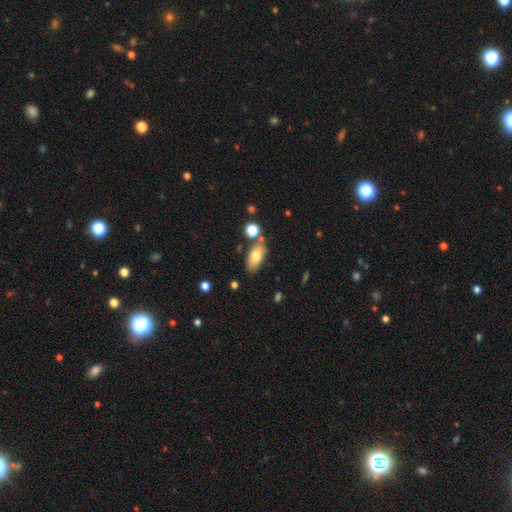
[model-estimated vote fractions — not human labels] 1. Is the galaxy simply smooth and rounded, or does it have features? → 75% smooth, 17% featured or disk, 8% star or artifact.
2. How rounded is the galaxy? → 87% in between, 9% cigar-shaped, 4% round.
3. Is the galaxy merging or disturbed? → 72% none, 14% minor disturbance, 10% merger, 4% major disturbance.